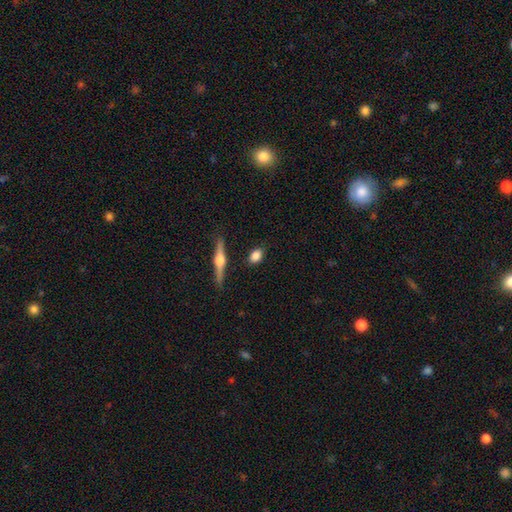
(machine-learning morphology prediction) Smooth or featured? smooth (75%)
How rounded? in between (64%)
Merging? none (81%)